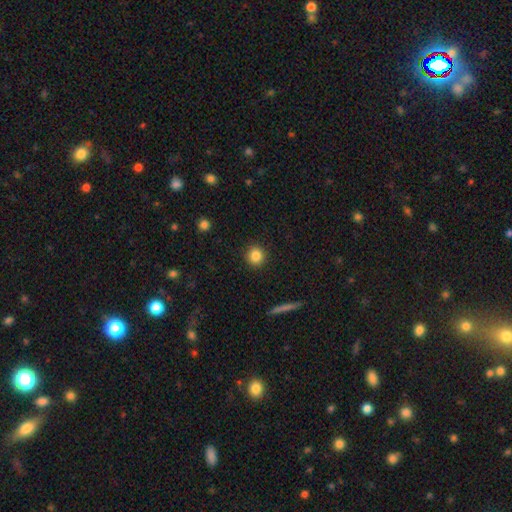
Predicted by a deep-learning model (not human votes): Morphology: type=smooth (85%); roundness=round (92%); merging=none (92%).